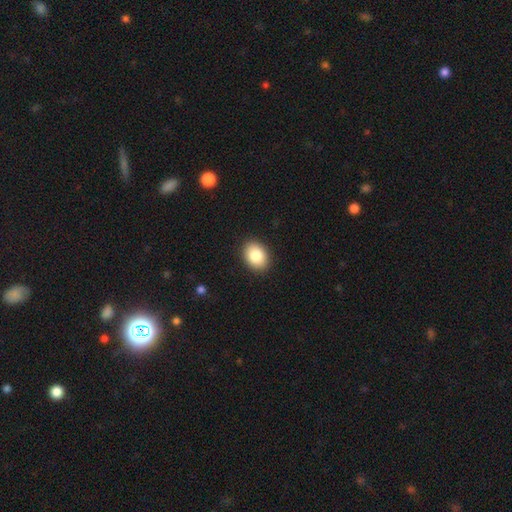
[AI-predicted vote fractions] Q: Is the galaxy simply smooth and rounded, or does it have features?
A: smooth — 85%.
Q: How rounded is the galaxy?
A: in between — 71%.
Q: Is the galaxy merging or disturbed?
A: none — 90%.